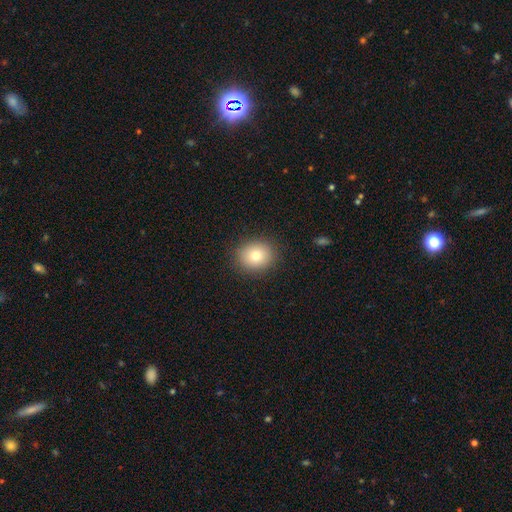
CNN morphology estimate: Smooth or featured? Predicted: smooth (p=0.78). How rounded? Predicted: round (p=0.79). Merging? Predicted: none (p=0.90).